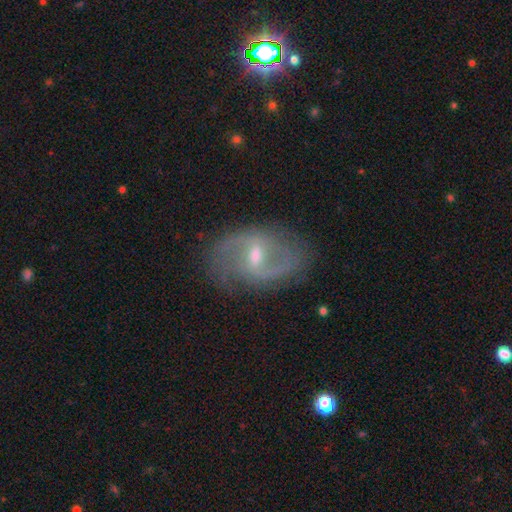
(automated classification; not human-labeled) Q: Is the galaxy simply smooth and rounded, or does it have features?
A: featured or disk — 84%.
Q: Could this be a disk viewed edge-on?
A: no — 96%.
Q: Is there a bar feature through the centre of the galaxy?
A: weak — 62%.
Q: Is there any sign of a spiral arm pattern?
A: yes — 92%.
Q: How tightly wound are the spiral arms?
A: medium — 47%.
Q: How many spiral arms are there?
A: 2 — 79%.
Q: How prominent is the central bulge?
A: moderate — 51%.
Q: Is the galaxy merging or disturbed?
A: none — 73%.